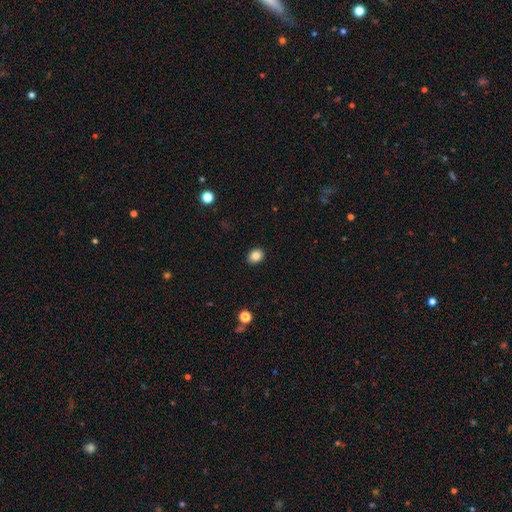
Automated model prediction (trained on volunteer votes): A smooth galaxy with no disk features (84%) that is in between round and cigar-shaped (56%).

Vote fractions:
- Smooth or featured? smooth: 84% / star or artifact: 10% / featured or disk: 6%
- How rounded? in between: 56% / round: 43% / cigar-shaped: 1%
- Merging? none: 90% / minor disturbance: 7% / major disturbance: 2% / merger: 1%